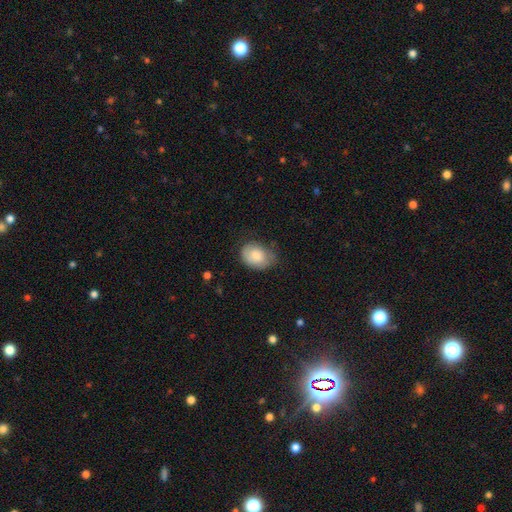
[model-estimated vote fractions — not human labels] A smooth galaxy with no disk features (77%) that is in between round and cigar-shaped (67%). Merging: none (57%).